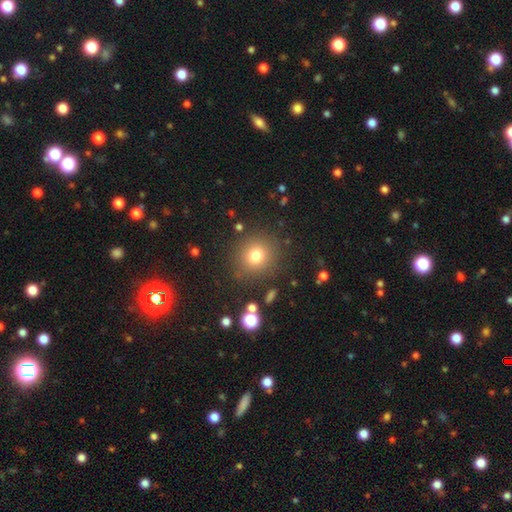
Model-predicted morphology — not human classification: smooth-or-featured: smooth: 77% | star or artifact: 15% | featured or disk: 9%
  how-rounded: round: 87% | in between: 12% | cigar-shaped: 1%
  merging: none: 84% | minor disturbance: 9% | major disturbance: 4% | merger: 3%